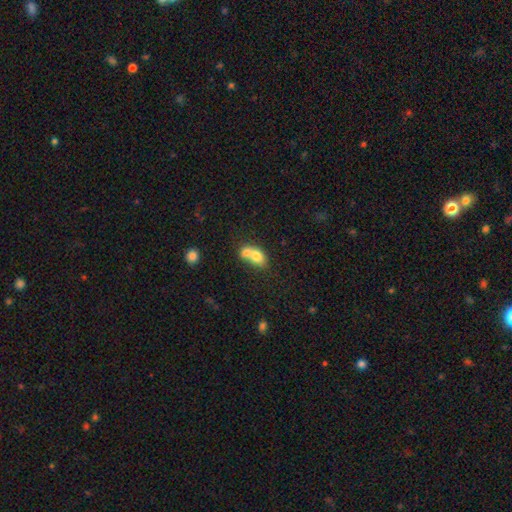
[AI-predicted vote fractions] This is likely a smooth galaxy (73%). How rounded: likely in between (73%). Merging: likely merger (68%).